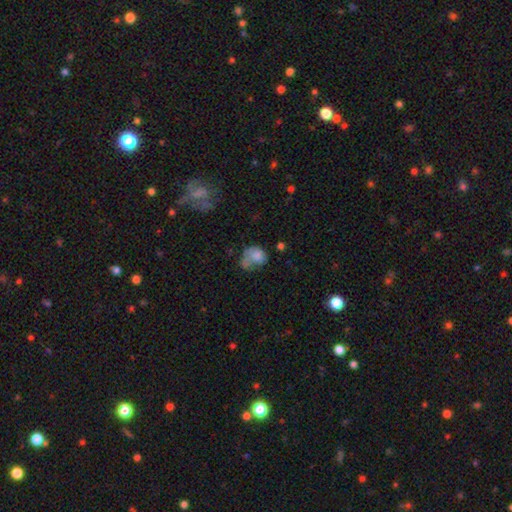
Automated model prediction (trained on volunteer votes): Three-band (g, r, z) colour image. It shows a smooth galaxy with no disk features (67%) that is in between round and cigar-shaped (53%). Merging: major disturbance (35%).